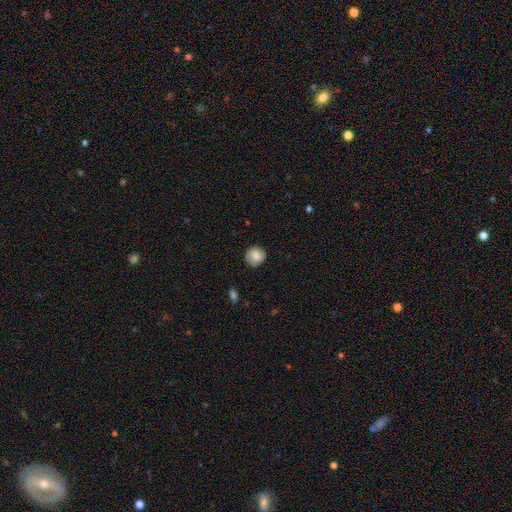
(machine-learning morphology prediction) Q: Smooth or featured?
A: smooth (80%); runner-up: featured or disk (12%)
Q: How rounded?
A: round (86%); runner-up: in between (13%)
Q: Merging?
A: none (78%); runner-up: minor disturbance (16%)